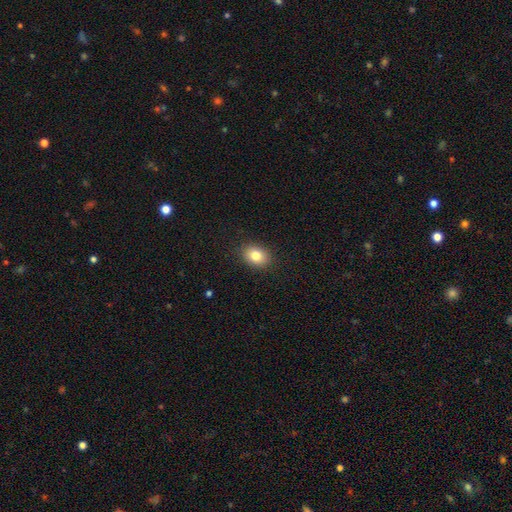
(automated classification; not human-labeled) Smooth or featured? Predicted: smooth (p=0.82). How rounded? Predicted: in between (p=0.62). Merging? Predicted: none (p=0.89).